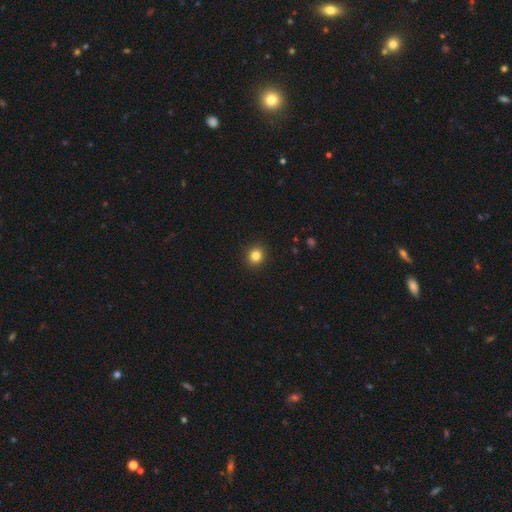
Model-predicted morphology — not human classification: smooth_or_featured: smooth (p=0.83) [alt: star or artifact p=0.12]
how_rounded: round (p=0.90) [alt: in between p=0.09]
merging: none (p=0.93) [alt: minor disturbance p=0.05]